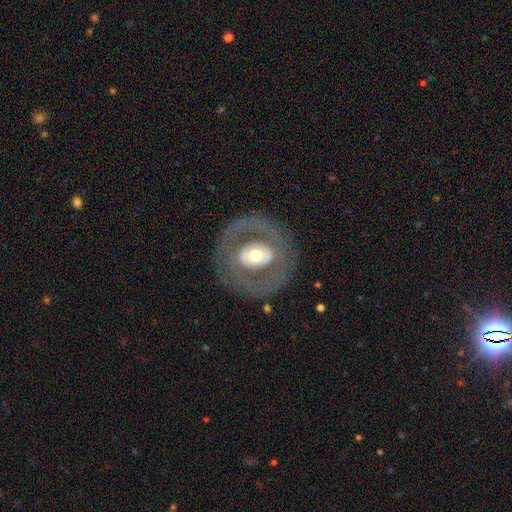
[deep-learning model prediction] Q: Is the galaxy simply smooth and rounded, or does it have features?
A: featured or disk — 62%.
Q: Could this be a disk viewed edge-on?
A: no — 94%.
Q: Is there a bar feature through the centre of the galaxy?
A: no — 66%.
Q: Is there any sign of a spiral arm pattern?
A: no — 79%.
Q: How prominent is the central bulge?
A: moderate — 61%.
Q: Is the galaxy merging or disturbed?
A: none — 78%.